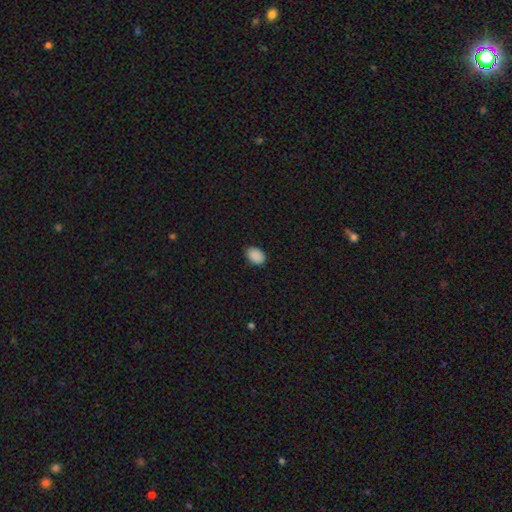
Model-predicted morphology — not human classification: This appears to be a smooth galaxy with no disk features (89%) that is in between round and cigar-shaped (84%). Merging: none (86%).